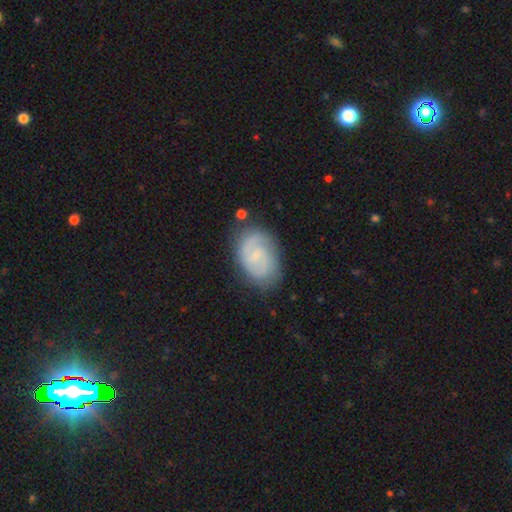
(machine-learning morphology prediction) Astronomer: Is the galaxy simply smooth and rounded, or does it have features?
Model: featured or disk — 72%.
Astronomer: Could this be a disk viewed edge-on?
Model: no — 97%.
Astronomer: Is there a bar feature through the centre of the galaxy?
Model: no — 50% (runner-up: weak, 44%).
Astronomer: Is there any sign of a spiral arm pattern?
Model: yes — 94%.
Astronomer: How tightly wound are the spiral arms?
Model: tight — 45% (runner-up: medium, 42%).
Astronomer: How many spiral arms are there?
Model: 2 — 74%.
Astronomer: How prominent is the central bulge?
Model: small — 68%.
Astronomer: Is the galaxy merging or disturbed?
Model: none — 76%.